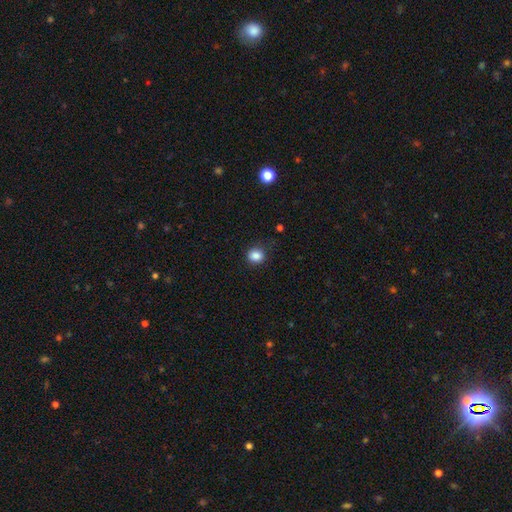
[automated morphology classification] Smooth or featured: smooth — 86% (star or artifact — 11%)
How rounded: round — 78% (in between — 21%)
Merging: none — 84% (minor disturbance — 11%)